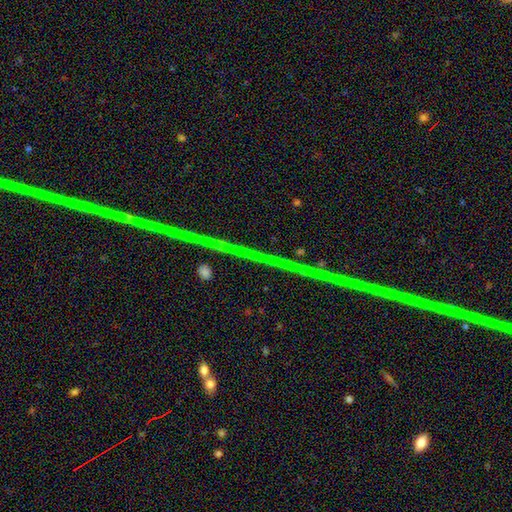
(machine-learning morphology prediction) smooth-or-featured: star or artifact: 72% | featured or disk: 18% | smooth: 9%